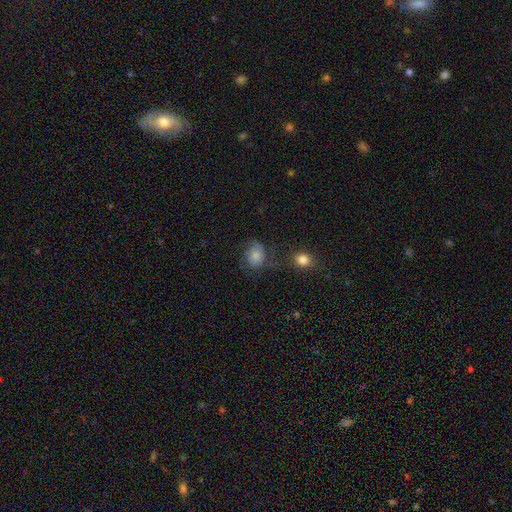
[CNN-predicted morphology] smooth_or_featured: smooth (p=0.67) [alt: featured or disk p=0.22]
how_rounded: round (p=0.54) [alt: in between p=0.45]
merging: none (p=0.49) [alt: minor disturbance p=0.24]